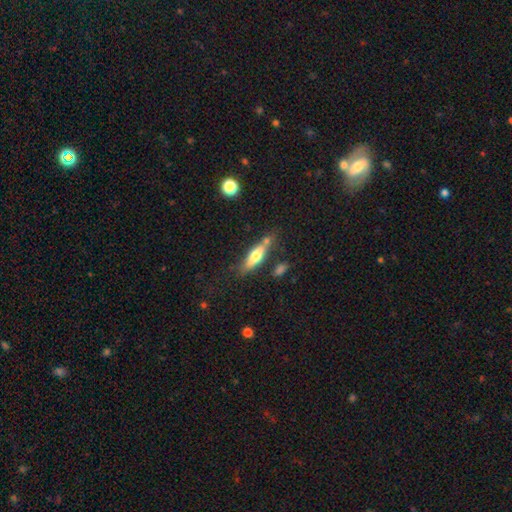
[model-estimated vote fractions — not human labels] This appears to be a smooth galaxy with no disk features (58%) that is cigar-shaped (58%). Merging: none (65%).